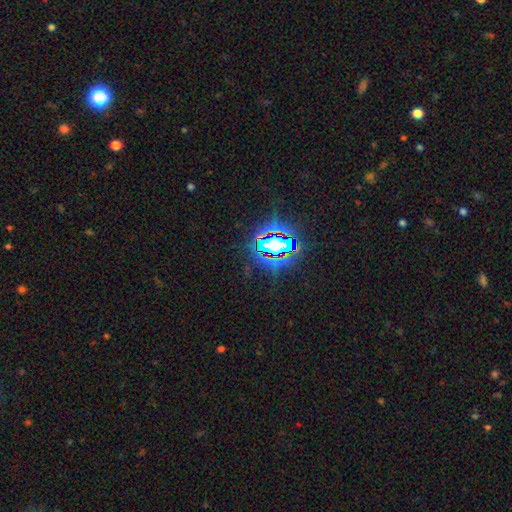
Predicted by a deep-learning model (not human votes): smooth_or_featured: star or artifact (p=0.81) [alt: smooth p=0.11]